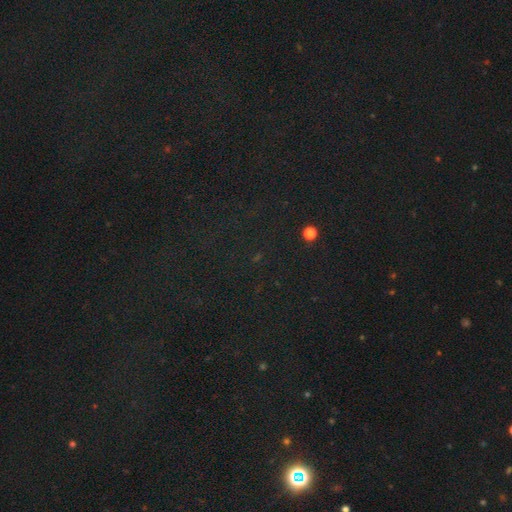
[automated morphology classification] This appears to be a star or artifact, not a galaxy (81%).